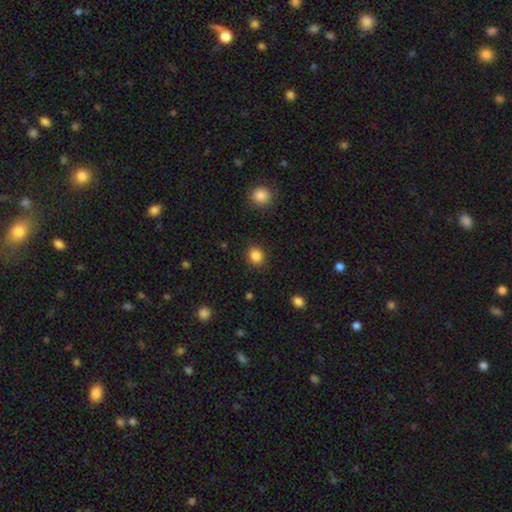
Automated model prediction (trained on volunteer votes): Smooth or featured? Predicted: smooth (p=0.86). How rounded? Predicted: round (p=0.73). Merging? Predicted: none (p=0.88).